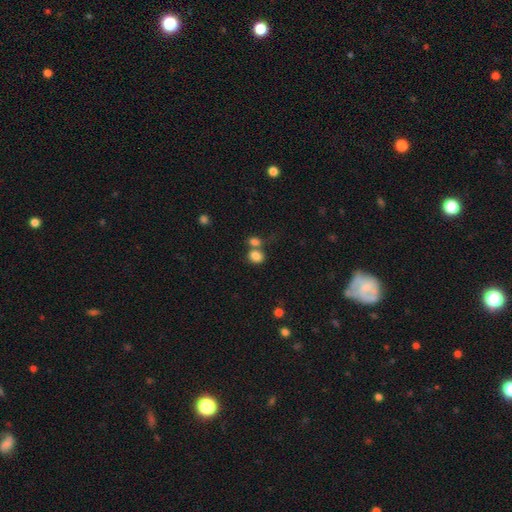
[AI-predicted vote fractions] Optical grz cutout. It shows a smooth galaxy with no disk features (83%) that is round (54%). Merging: none (47%).